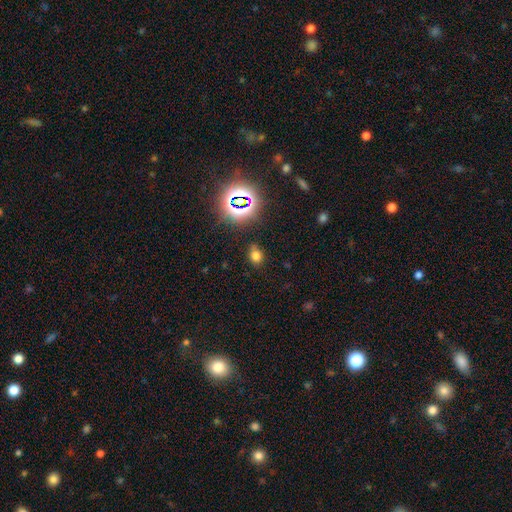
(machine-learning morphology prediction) smooth 66%, star or artifact 26%, featured or disk 8%. Down the decision tree: how rounded — in between (51%); merging — none (76%).